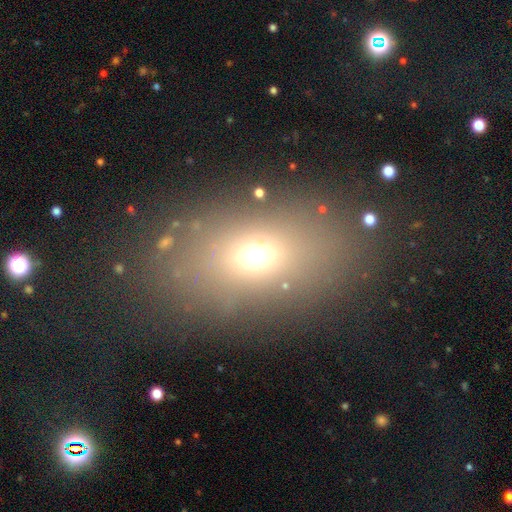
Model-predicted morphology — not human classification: smooth-or-featured: smooth: 62% | star or artifact: 21% | featured or disk: 17%
  how-rounded: in between: 77% | round: 19% | cigar-shaped: 4%
  merging: none: 79% | minor disturbance: 10% | major disturbance: 7% | merger: 4%